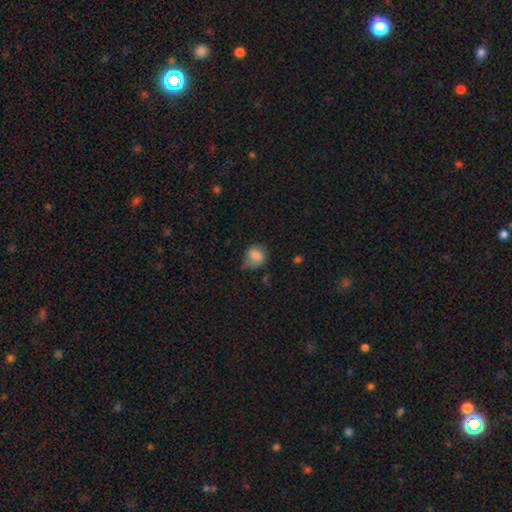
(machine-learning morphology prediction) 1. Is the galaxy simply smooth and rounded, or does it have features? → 77% smooth, 14% featured or disk, 9% star or artifact.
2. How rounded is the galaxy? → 59% round, 40% in between, 1% cigar-shaped.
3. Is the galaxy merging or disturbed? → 44% none, 37% minor disturbance, 16% major disturbance, 3% merger.